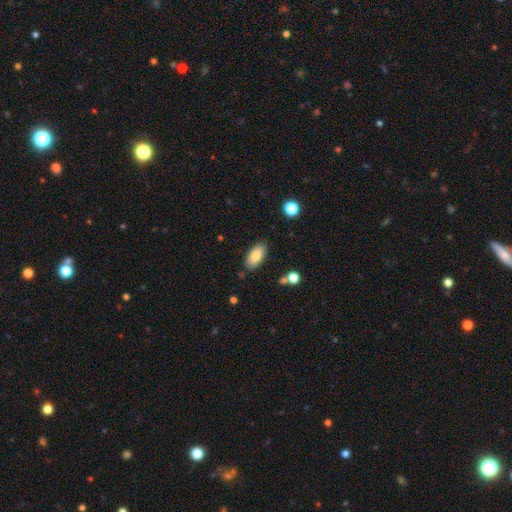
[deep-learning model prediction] This is clearly a smooth galaxy (83%). How rounded: clearly in between (90%). Merging: clearly none (84%).